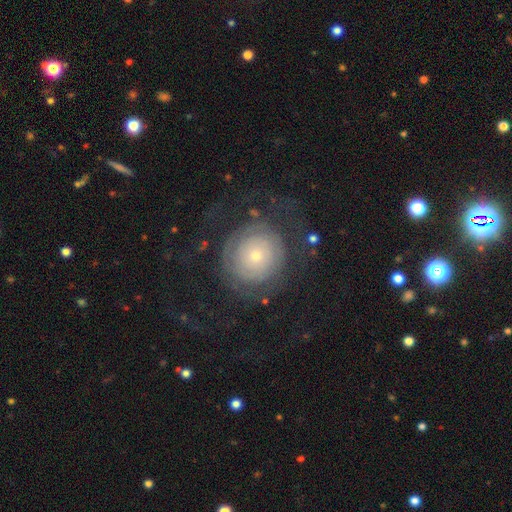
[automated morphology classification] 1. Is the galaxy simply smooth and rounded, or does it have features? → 61% featured or disk, 30% smooth, 9% star or artifact.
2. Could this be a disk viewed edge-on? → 97% no, 3% yes.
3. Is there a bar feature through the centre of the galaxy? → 87% no, 10% weak, 3% strong.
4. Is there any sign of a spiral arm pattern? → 73% yes, 27% no.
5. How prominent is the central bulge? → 71% small, 22% moderate, 4% large, 2% dominant, 1% none.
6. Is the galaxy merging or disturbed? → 65% none, 20% major disturbance, 14% minor disturbance, 2% merger.